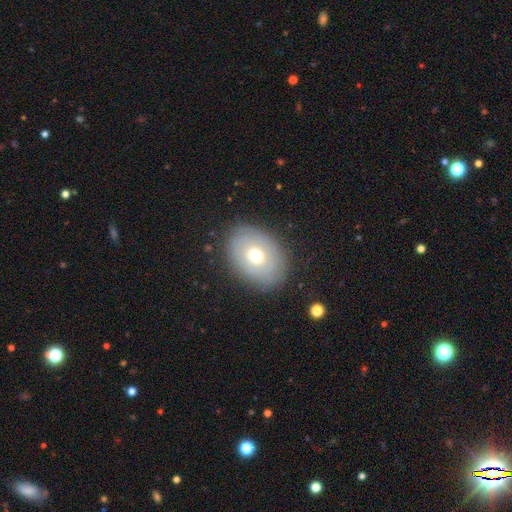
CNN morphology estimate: Smooth or featured: smooth — 55% (featured or disk — 36%)
How rounded: in between — 74% (round — 25%)
Merging: none — 83% (minor disturbance — 12%)